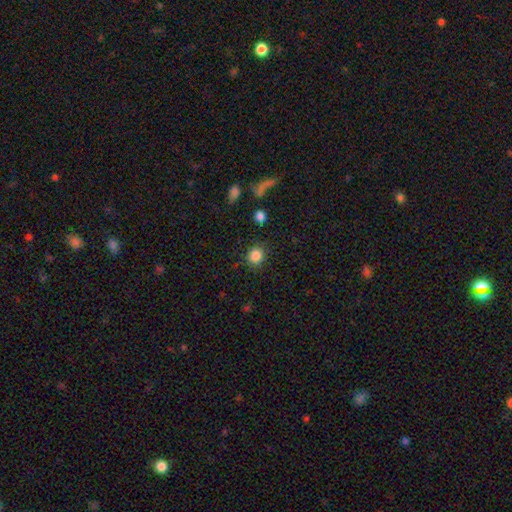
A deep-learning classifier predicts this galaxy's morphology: Smooth or featured: smooth — 85% (star or artifact — 10%)
How rounded: round — 87% (in between — 12%)
Merging: none — 85% (minor disturbance — 10%)